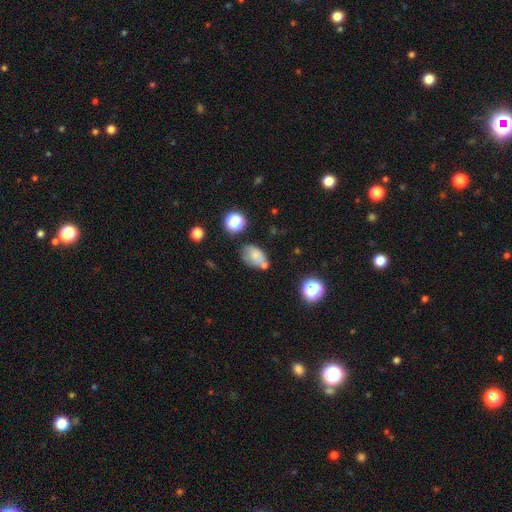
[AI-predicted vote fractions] A smooth galaxy with no disk features (72%) that is in between round and cigar-shaped (84%).

Vote fractions:
- Smooth or featured? smooth: 72% / featured or disk: 15% / star or artifact: 13%
- How rounded? in between: 84% / round: 15% / cigar-shaped: 2%
- Merging? none: 52% / minor disturbance: 24% / merger: 17% / major disturbance: 8%